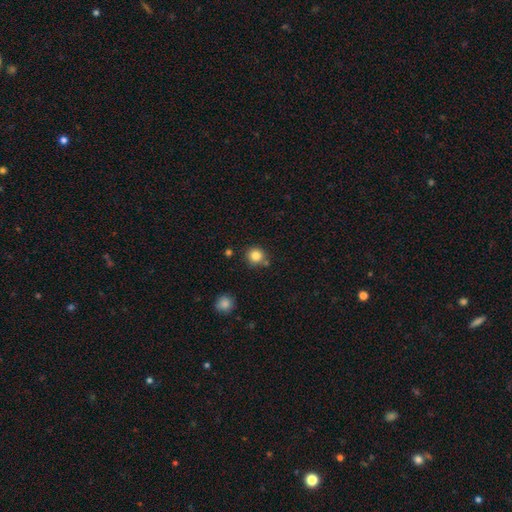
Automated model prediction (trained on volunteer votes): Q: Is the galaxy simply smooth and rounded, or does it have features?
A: smooth — 84%.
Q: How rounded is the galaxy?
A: round — 91%.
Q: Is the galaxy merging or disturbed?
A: none — 78%.